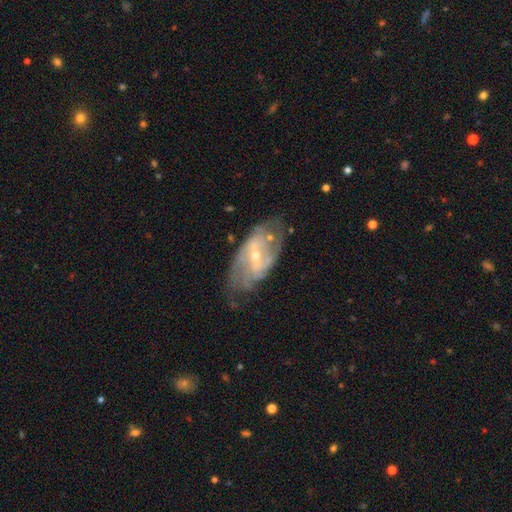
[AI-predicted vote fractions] Overall: featured or disk (82%). Edge-on disk: no (93%). Bar: weak (45%; strong 29%). Spiral arms: yes (87%). Spiral arm count: 2 (47%; can't tell 31%). Spiral winding: medium (43%; tight 36%). Bulge size: small (66%; moderate 30%). Merging: none (64%).